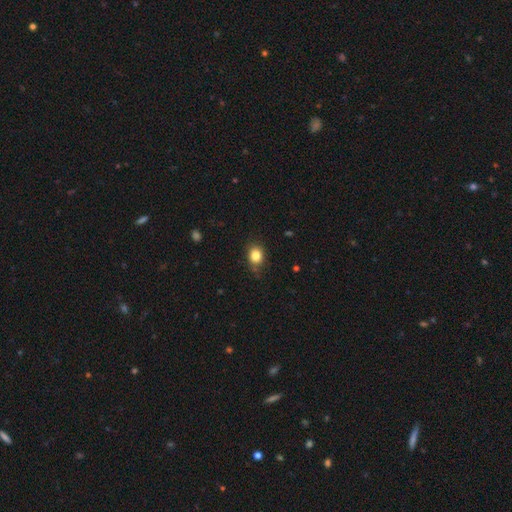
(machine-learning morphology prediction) A smooth galaxy with no disk features (84%) that is round (60%).

Vote fractions:
- Smooth or featured? smooth: 84% / star or artifact: 11% / featured or disk: 6%
- How rounded? round: 60% / in between: 39% / cigar-shaped: 1%
- Merging? none: 80% / minor disturbance: 15% / major disturbance: 3% / merger: 2%